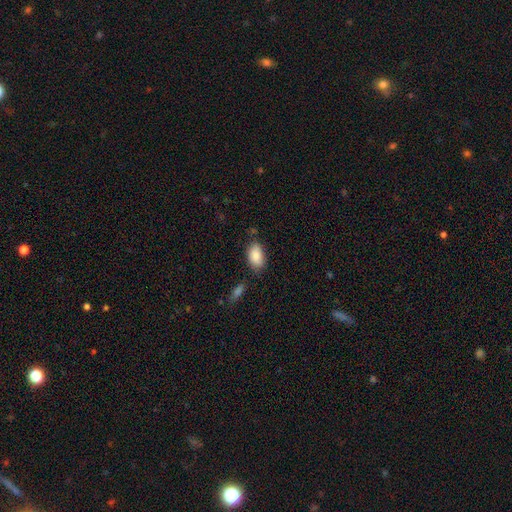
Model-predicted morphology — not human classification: smooth-or-featured: smooth: 87% | star or artifact: 7% | featured or disk: 6%
  how-rounded: in between: 93% | round: 5% | cigar-shaped: 2%
  merging: none: 73% | minor disturbance: 18% | merger: 5% | major disturbance: 4%